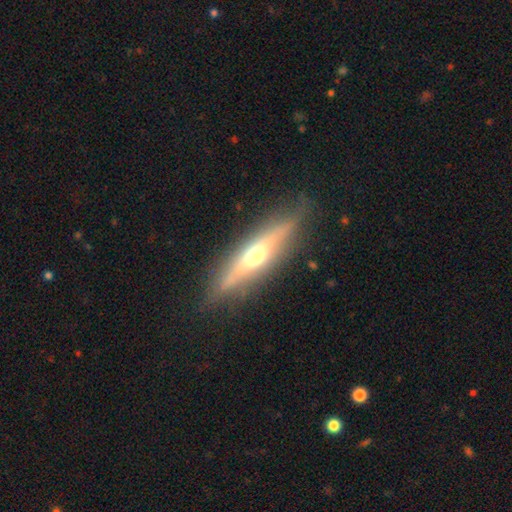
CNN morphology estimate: Smooth or featured? featured or disk (64%)
Edge-on disk? yes (89%)
Edge-on bulge? rounded (86%)
Merging? none (83%)